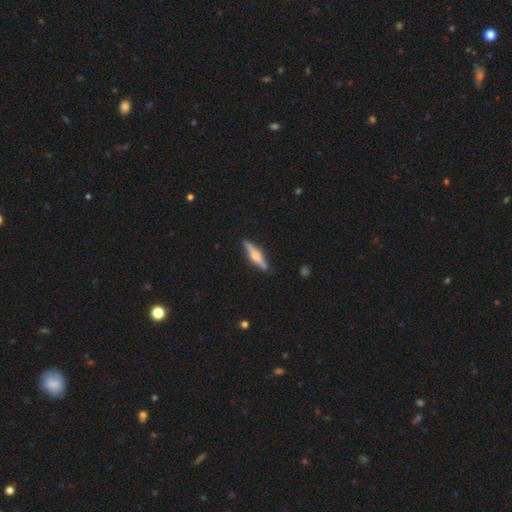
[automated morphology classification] Overall: featured or disk (69%). Edge-on disk: yes (96%). Edge-on bulge: rounded (88%). Merging: none (85%).